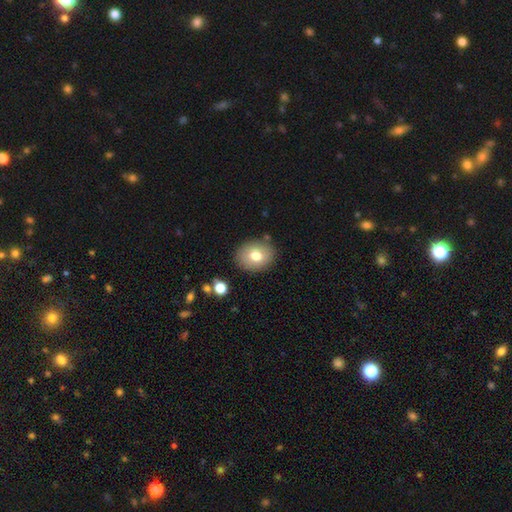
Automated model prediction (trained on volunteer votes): smooth_or_featured: smooth (p=0.75) [alt: featured or disk p=0.15]
how_rounded: round (p=0.51) [alt: in between p=0.48]
merging: none (p=0.85) [alt: minor disturbance p=0.09]